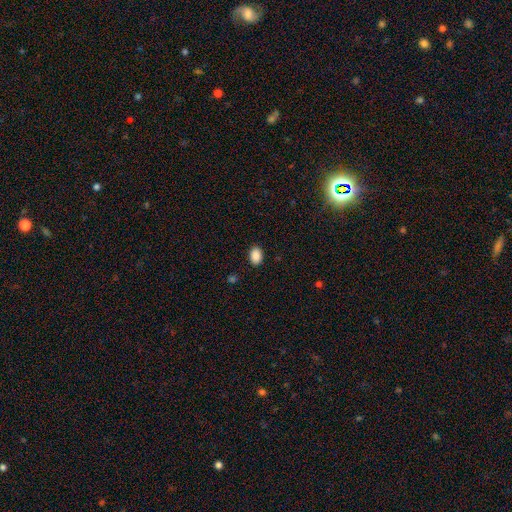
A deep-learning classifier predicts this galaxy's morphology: Smooth or featured?
  - smooth: 89% *
  - star or artifact: 8%
  - featured or disk: 2%
How rounded?
  - in between: 77% *
  - round: 22%
  - cigar-shaped: 1%
Merging?
  - none: 89% *
  - minor disturbance: 8%
  - major disturbance: 2%
  - merger: 1%